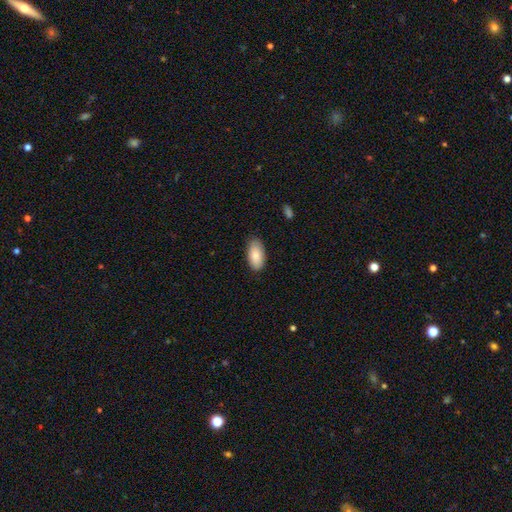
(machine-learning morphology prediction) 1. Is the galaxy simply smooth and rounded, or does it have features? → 83% smooth, 11% featured or disk, 6% star or artifact.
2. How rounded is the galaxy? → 94% in between, 3% cigar-shaped, 3% round.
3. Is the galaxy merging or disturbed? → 83% none, 14% minor disturbance, 2% major disturbance, 1% merger.